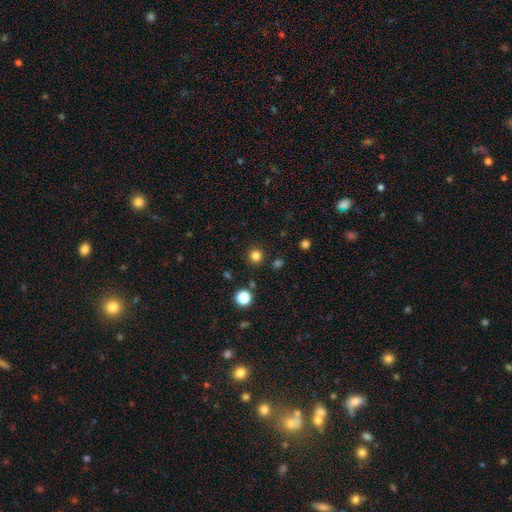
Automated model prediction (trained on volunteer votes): Smooth or featured?
  - smooth: 81% *
  - star or artifact: 15%
  - featured or disk: 4%
How rounded?
  - round: 94% *
  - in between: 5%
  - cigar-shaped: 1%
Merging?
  - none: 90% *
  - minor disturbance: 6%
  - merger: 2%
  - major disturbance: 2%